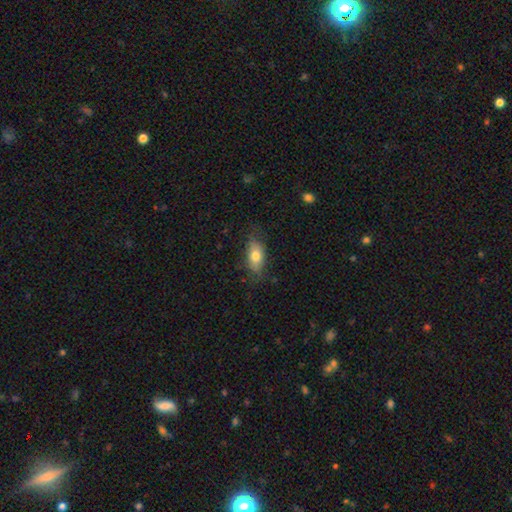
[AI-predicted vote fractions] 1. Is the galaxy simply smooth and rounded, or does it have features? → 75% smooth, 18% featured or disk, 7% star or artifact.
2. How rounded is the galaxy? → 86% in between, 7% round, 7% cigar-shaped.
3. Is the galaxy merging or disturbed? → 70% none, 22% minor disturbance, 6% major disturbance, 1% merger.